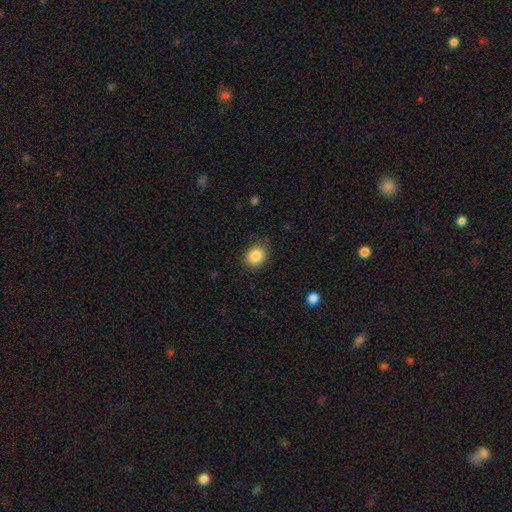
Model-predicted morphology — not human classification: A smooth galaxy with no disk features (86%) that is round (67%). Merging: none (84%).